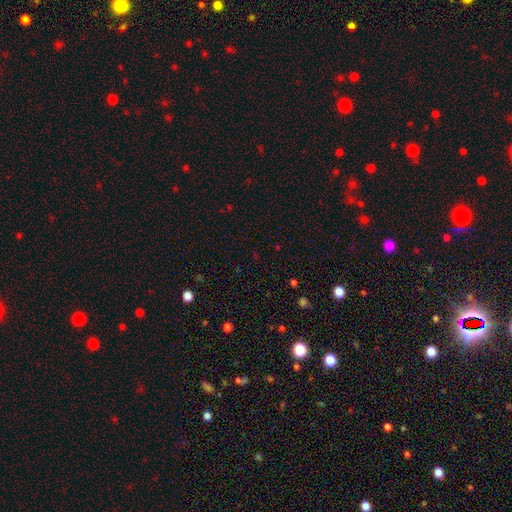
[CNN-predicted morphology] smooth_or_featured: star or artifact (p=0.63) [alt: smooth p=0.30]